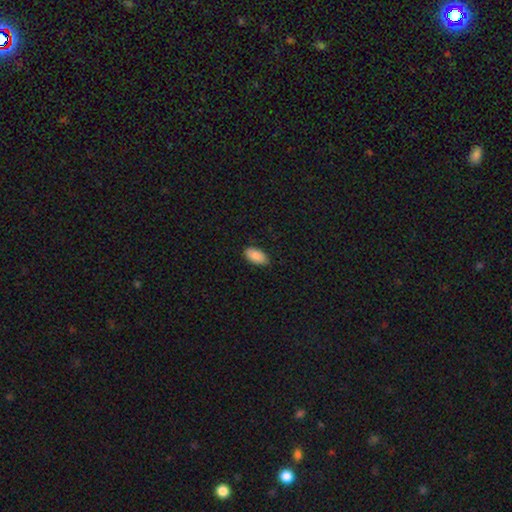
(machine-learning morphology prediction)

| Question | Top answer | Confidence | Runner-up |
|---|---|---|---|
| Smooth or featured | smooth | 88% | star or artifact (6%) |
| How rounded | in between | 94% | cigar-shaped (4%) |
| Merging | none | 84% | minor disturbance (13%) |